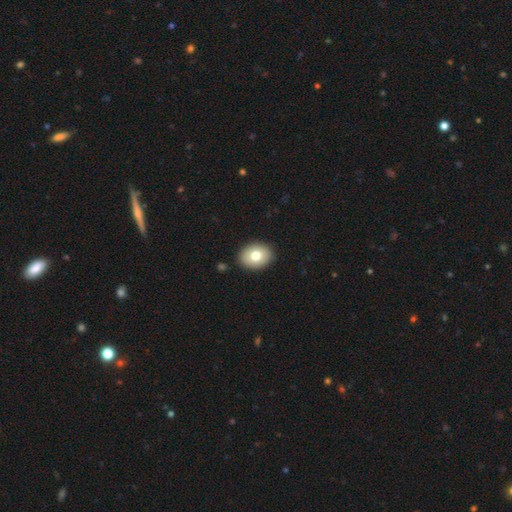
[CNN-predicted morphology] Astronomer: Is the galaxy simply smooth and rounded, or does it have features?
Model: smooth — 76%.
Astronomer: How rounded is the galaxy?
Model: in between — 61% (runner-up: round, 38%).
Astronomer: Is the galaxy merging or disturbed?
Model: none — 89%.